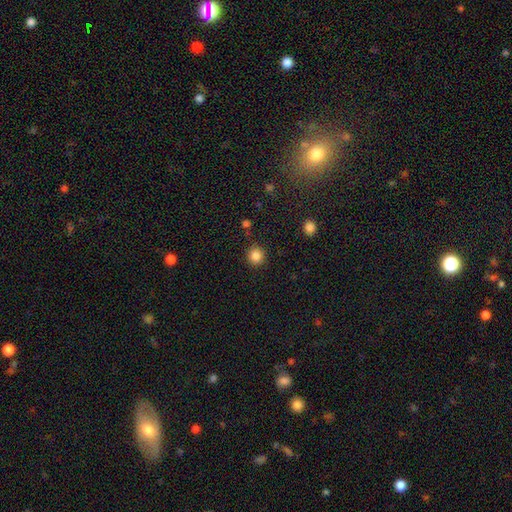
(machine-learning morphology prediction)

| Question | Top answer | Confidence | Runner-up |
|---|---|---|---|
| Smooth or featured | smooth | 85% | star or artifact (11%) |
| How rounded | round | 92% | in between (8%) |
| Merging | none | 89% | minor disturbance (7%) |